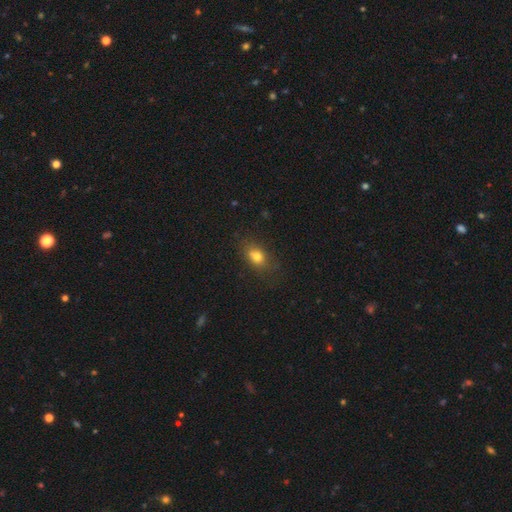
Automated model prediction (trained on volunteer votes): Smooth or featured?
  - smooth: 75% *
  - star or artifact: 14%
  - featured or disk: 11%
How rounded?
  - in between: 71% *
  - round: 24%
  - cigar-shaped: 5%
Merging?
  - none: 78% *
  - minor disturbance: 16%
  - major disturbance: 5%
  - merger: 2%